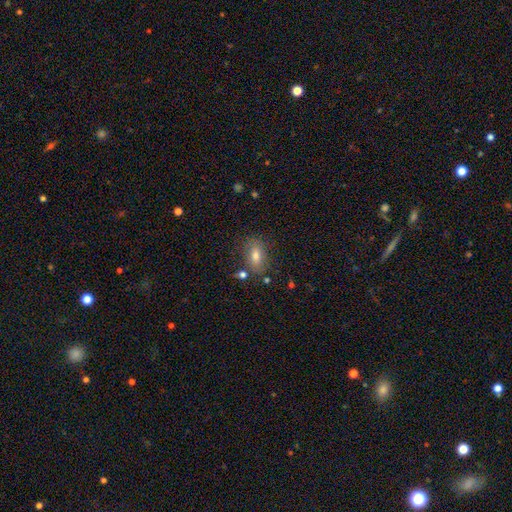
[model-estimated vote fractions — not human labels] Smooth or featured: smooth — 71% (featured or disk — 16%)
How rounded: in between — 83% (round — 12%)
Merging: none — 75% (minor disturbance — 14%)